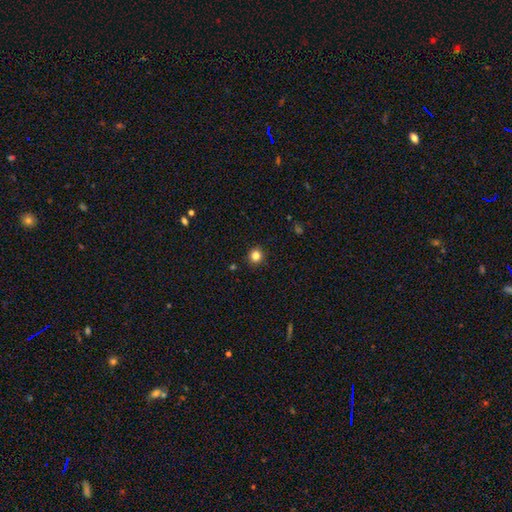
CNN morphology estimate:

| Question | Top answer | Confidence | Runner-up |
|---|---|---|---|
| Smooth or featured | smooth | 83% | star or artifact (12%) |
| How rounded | round | 92% | in between (7%) |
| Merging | none | 92% | minor disturbance (5%) |